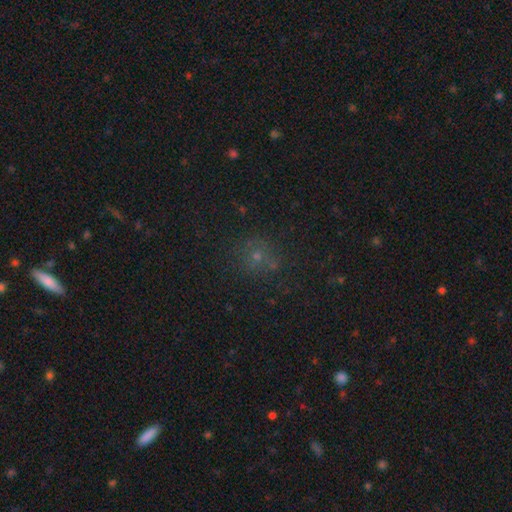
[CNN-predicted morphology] Smooth or featured? Predicted: smooth (p=0.54). How rounded? Predicted: round (p=0.87). Merging? Predicted: none (p=0.73).